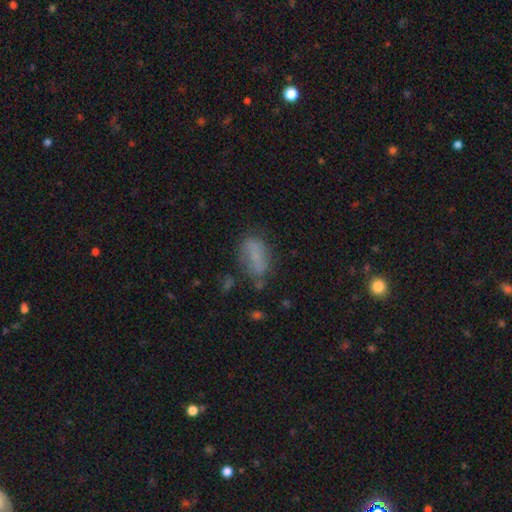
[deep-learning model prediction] Q: Smooth or featured?
A: smooth (68%); runner-up: featured or disk (19%)
Q: How rounded?
A: in between (83%); runner-up: cigar-shaped (11%)
Q: Merging?
A: none (55%); runner-up: minor disturbance (25%)